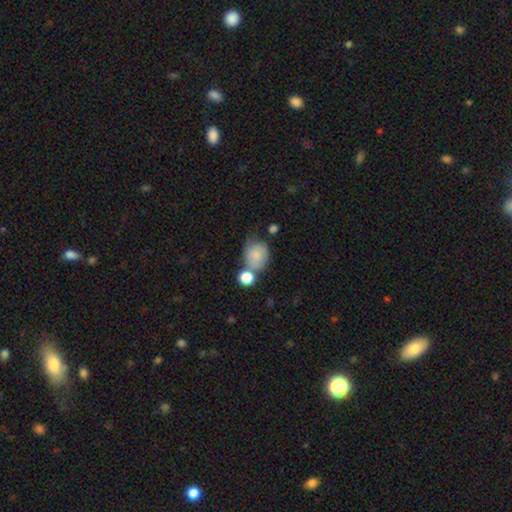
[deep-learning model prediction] Smooth or featured?
  - smooth: 80% *
  - featured or disk: 11%
  - star or artifact: 9%
How rounded?
  - round: 57% *
  - in between: 42%
  - cigar-shaped: 1%
Merging?
  - none: 46% *
  - merger: 22%
  - minor disturbance: 22%
  - major disturbance: 9%